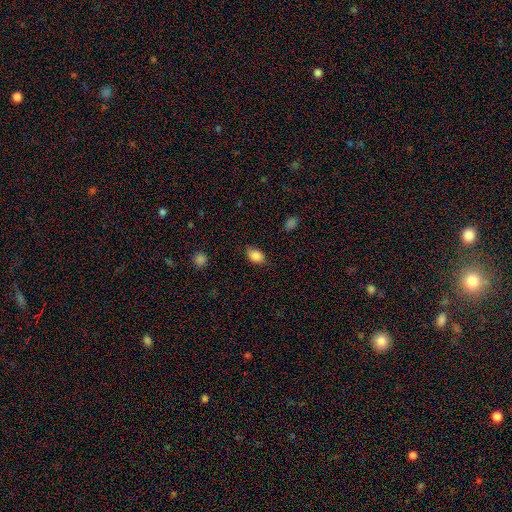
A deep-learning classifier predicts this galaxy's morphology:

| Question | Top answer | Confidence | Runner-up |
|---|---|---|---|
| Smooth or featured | smooth | 87% | star or artifact (8%) |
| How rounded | in between | 83% | round (16%) |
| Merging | none | 77% | minor disturbance (18%) |